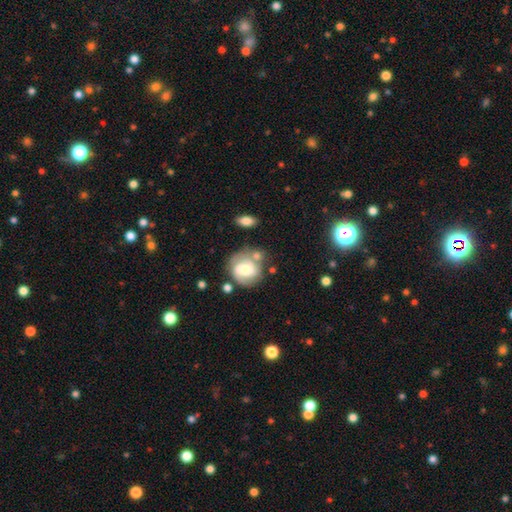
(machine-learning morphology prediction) featured or disk 46%, smooth 44%, star or artifact 10%. Down the decision tree: merging — none (59%).